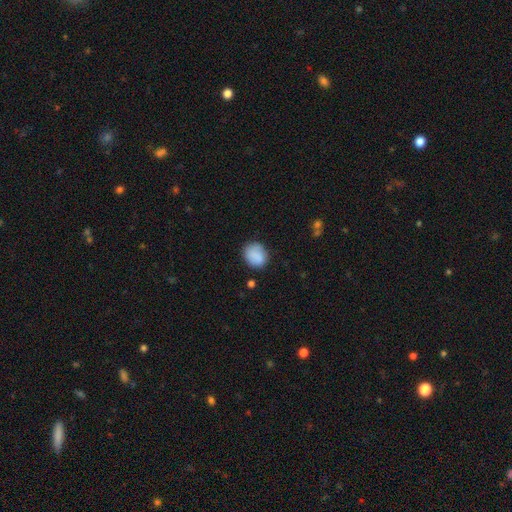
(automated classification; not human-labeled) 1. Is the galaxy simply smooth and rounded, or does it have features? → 85% smooth, 8% star or artifact, 7% featured or disk.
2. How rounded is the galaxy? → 64% round, 35% in between, 1% cigar-shaped.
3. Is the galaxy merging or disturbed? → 75% none, 18% minor disturbance, 5% major disturbance, 2% merger.